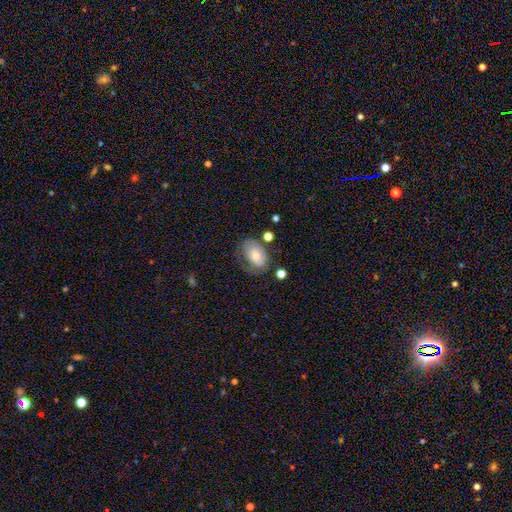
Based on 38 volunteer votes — A smooth galaxy with no disk features (71%) that is in between round and cigar-shaped (89%). Merging: none (56%).